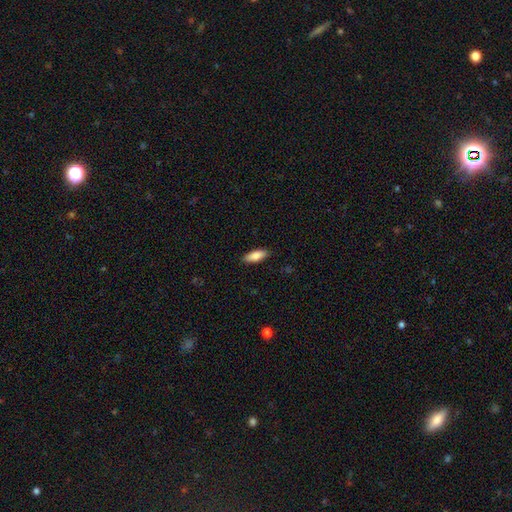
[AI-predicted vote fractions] Smooth or featured? Predicted: smooth (p=0.83). How rounded? Predicted: in between (p=0.70). Merging? Predicted: none (p=0.88).